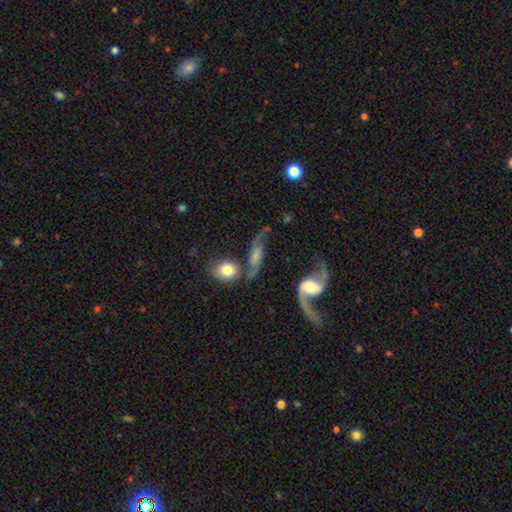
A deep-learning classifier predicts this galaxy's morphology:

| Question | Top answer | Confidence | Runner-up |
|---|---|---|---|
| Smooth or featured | featured or disk | 72% | smooth (21%) |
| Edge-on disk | no | 88% | yes (12%) |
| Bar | no | 44% | weak (41%) |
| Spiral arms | yes | 93% | no (7%) |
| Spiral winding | loose | 77% | medium (18%) |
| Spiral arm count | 2 | 91% | 1 (3%) |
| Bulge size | moderate | 35% | small (33%) |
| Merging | none | 52% | merger (18%) |